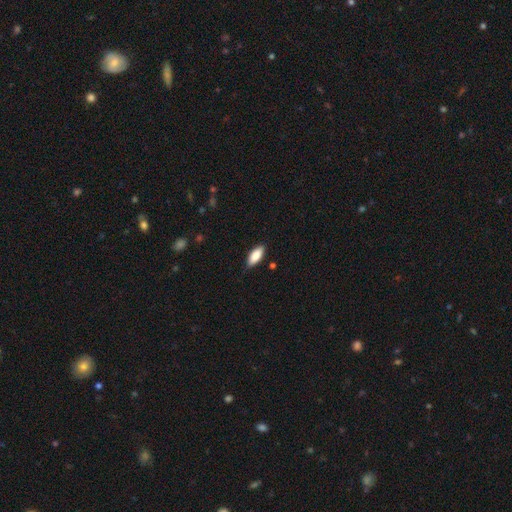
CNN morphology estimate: The model was most divided on "how rounded": in between: 82%, cigar-shaped: 16%, round: 2%. More confident: smooth or featured — smooth (86%); merging — none (84%).